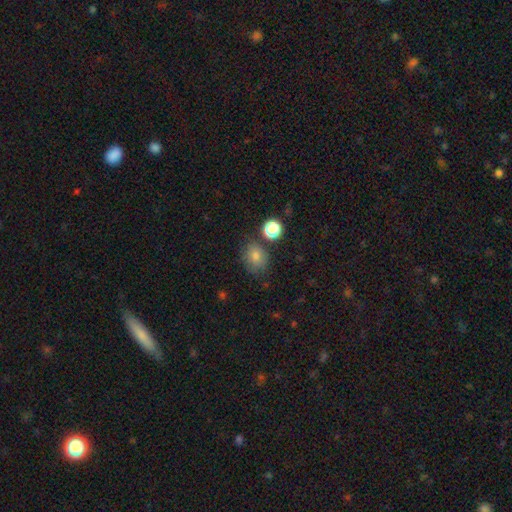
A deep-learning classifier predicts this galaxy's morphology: A smooth galaxy with no disk features (78%) that is in between round and cigar-shaped (50%). Merging: none (72%).